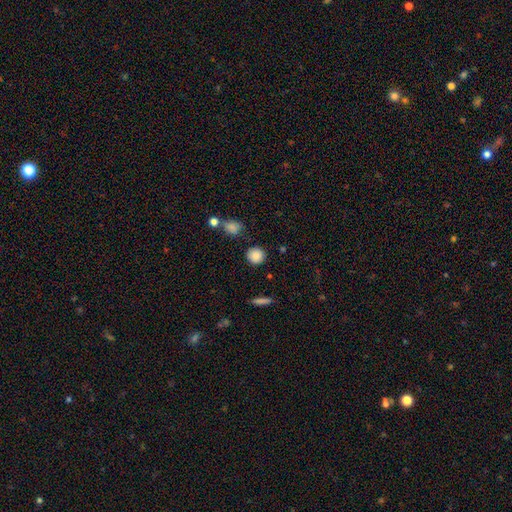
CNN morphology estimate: smooth 86%, star or artifact 9%, featured or disk 5%. Down the decision tree: how rounded — round (91%); merging — none (86%).